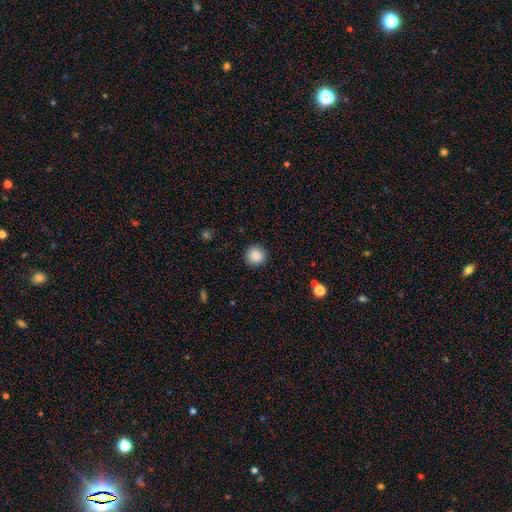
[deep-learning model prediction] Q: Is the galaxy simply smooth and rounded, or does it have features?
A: smooth — 88%.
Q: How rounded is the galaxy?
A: round — 94%.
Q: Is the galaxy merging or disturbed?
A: none — 91%.